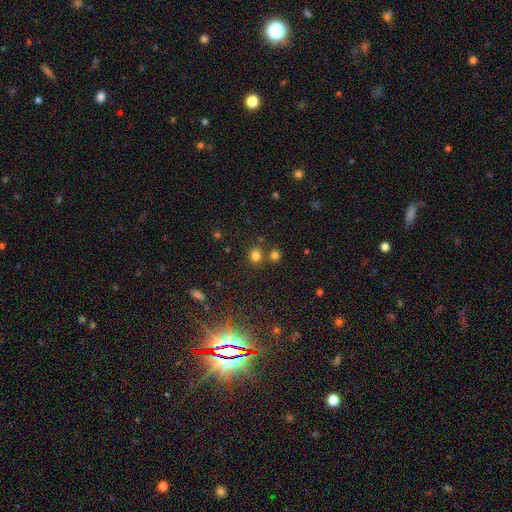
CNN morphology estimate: Smooth or featured: smooth — 77% (star or artifact — 17%)
How rounded: round — 83% (in between — 16%)
Merging: none — 75% (merger — 14%)